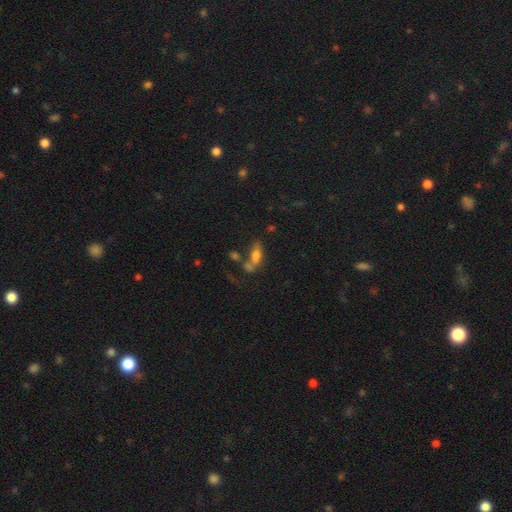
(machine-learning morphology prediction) smooth-or-featured: smooth: 58% | featured or disk: 28% | star or artifact: 14%
  how-rounded: in between: 67% | cigar-shaped: 27% | round: 6%
  merging: none: 37% | merger: 35% | minor disturbance: 15% | major disturbance: 13%